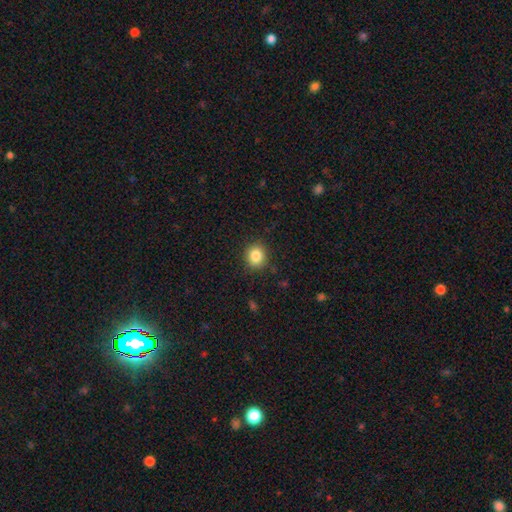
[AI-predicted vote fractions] This appears to be a smooth galaxy with no disk features (84%) that is round (78%). Merging: none (88%).